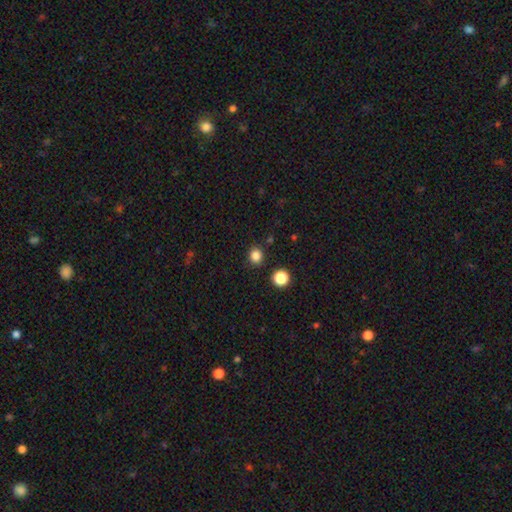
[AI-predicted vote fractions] Morphology: type=smooth (84%); roundness=round (85%); merging=none (88%).